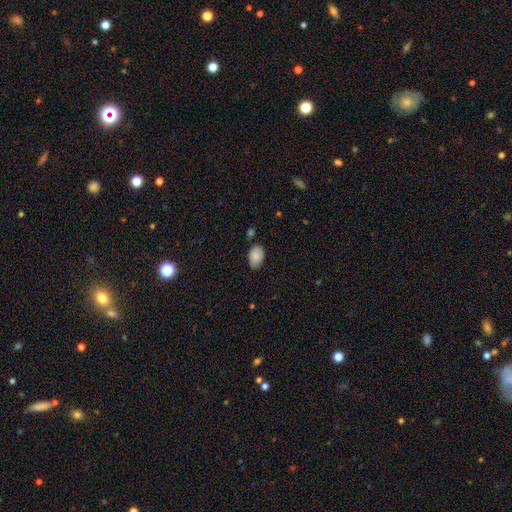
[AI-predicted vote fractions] Q: Smooth or featured?
A: smooth (86%); runner-up: star or artifact (7%)
Q: How rounded?
A: in between (88%); runner-up: round (11%)
Q: Merging?
A: none (69%); runner-up: minor disturbance (24%)